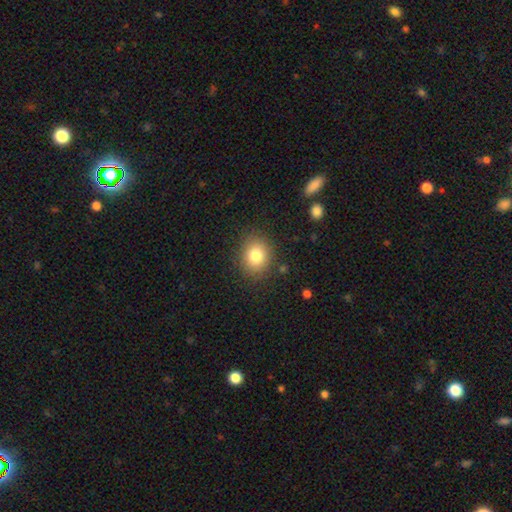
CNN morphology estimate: smooth 80%, star or artifact 11%, featured or disk 9%. Down the decision tree: how rounded — round (63%); merging — none (86%).